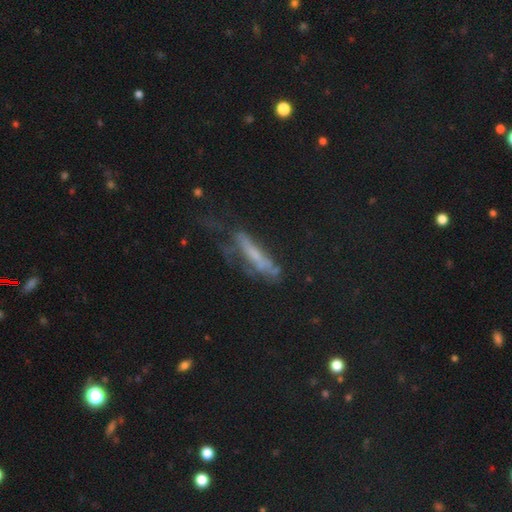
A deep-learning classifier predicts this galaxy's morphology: Smooth or featured: featured or disk — 45% (smooth — 36%)
Merging: none — 37% (major disturbance — 33%)